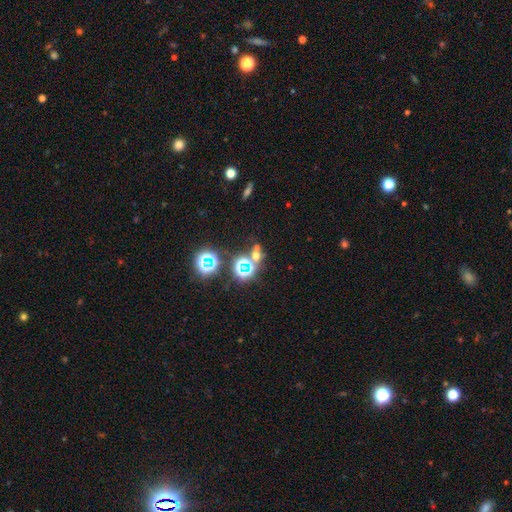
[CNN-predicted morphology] A star or artifact, not a galaxy (55%).